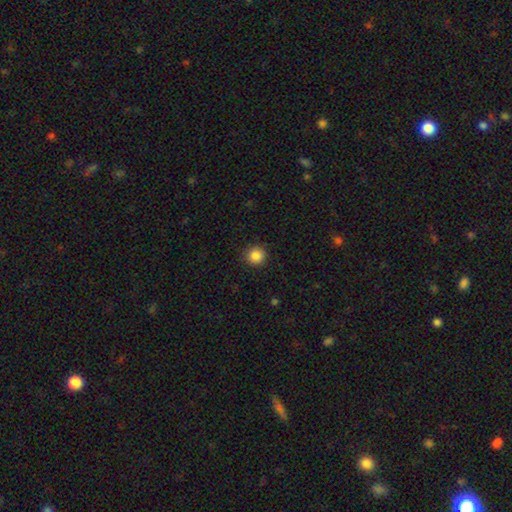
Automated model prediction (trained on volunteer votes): A smooth galaxy with no disk features (86%) that is round (94%). Merging: none (90%).